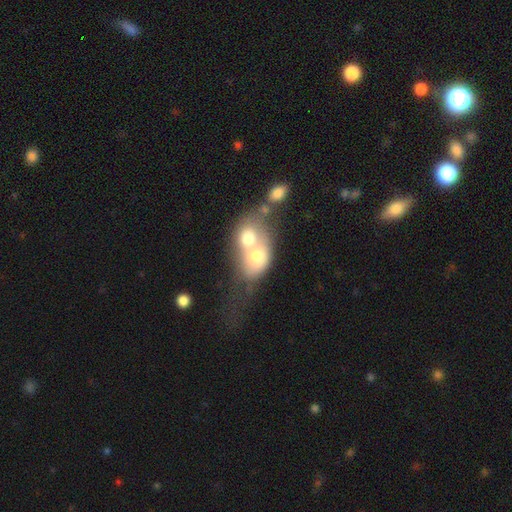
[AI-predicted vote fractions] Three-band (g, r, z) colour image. It shows a smooth galaxy with no disk features (61%) that is in between round and cigar-shaped (62%). Merging: merger (78%).